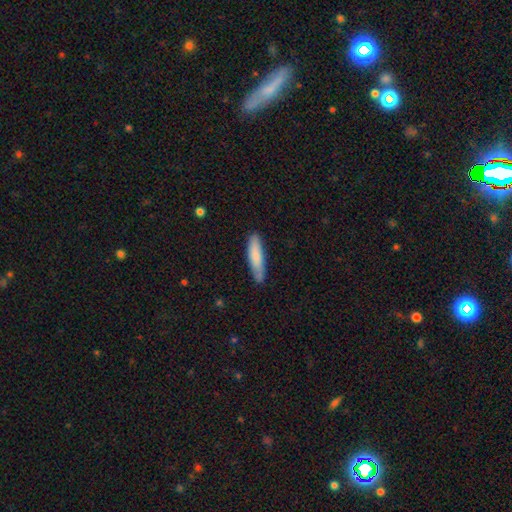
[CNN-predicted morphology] Smooth or featured?
  - smooth: 79% *
  - featured or disk: 16%
  - star or artifact: 5%
How rounded?
  - cigar-shaped: 77% *
  - in between: 21%
  - round: 1%
Merging?
  - none: 81% *
  - minor disturbance: 15%
  - major disturbance: 2%
  - merger: 2%